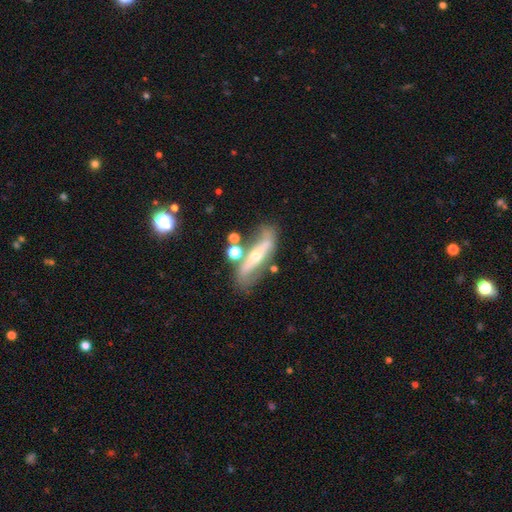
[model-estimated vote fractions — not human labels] This is likely a featured or disk galaxy (71%). It is possibly not viewed edge-on (51%). Merging: likely none (64%).